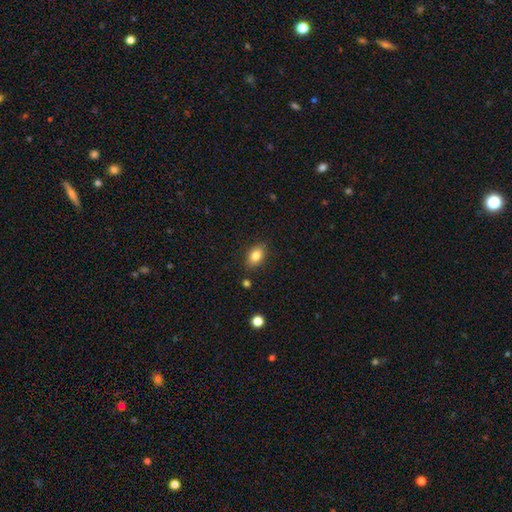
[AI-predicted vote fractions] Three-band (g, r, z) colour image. It shows a smooth galaxy with no disk features (83%) that is in between round and cigar-shaped (85%). Merging: none (85%).